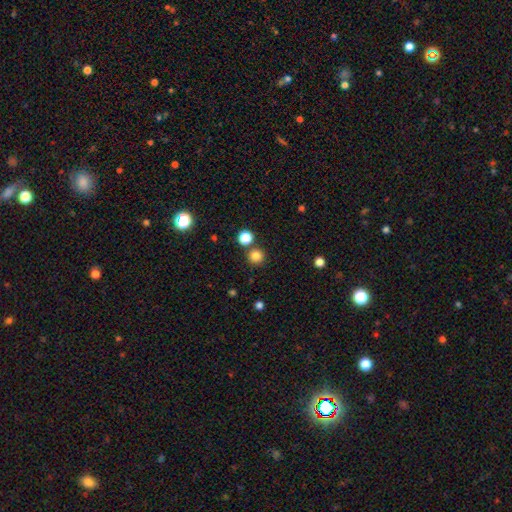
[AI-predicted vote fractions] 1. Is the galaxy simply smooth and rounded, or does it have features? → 82% smooth, 14% star or artifact, 4% featured or disk.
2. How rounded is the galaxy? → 95% round, 4% in between, 1% cigar-shaped.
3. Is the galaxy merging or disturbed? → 84% none, 8% merger, 6% minor disturbance, 2% major disturbance.